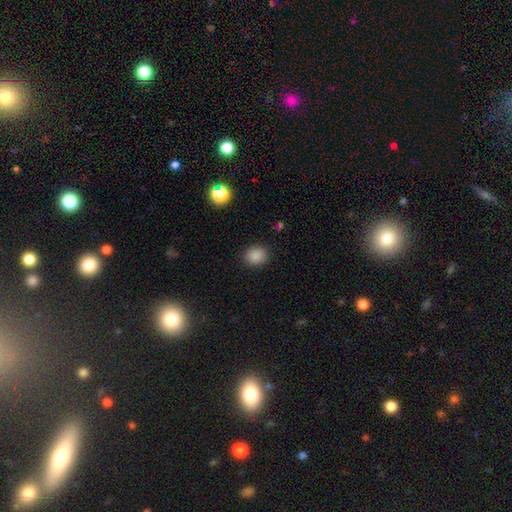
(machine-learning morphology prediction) Overall: smooth (87%). How rounded: round (62%; in between 37%). Merging: none (88%).